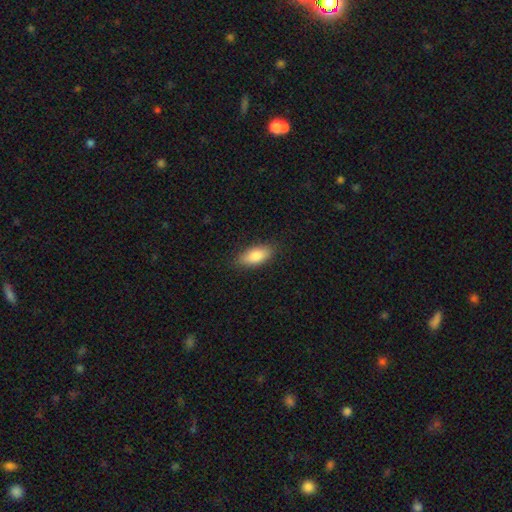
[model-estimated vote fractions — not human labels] Smooth or featured? Predicted: smooth (p=0.85). How rounded? Predicted: in between (p=0.85). Merging? Predicted: none (p=0.86).